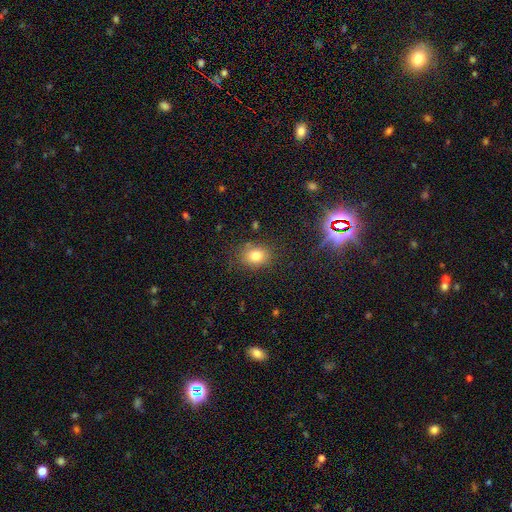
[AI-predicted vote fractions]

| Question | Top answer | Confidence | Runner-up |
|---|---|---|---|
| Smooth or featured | smooth | 78% | star or artifact (13%) |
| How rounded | round | 50% | in between (49%) |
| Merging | none | 80% | minor disturbance (13%) |